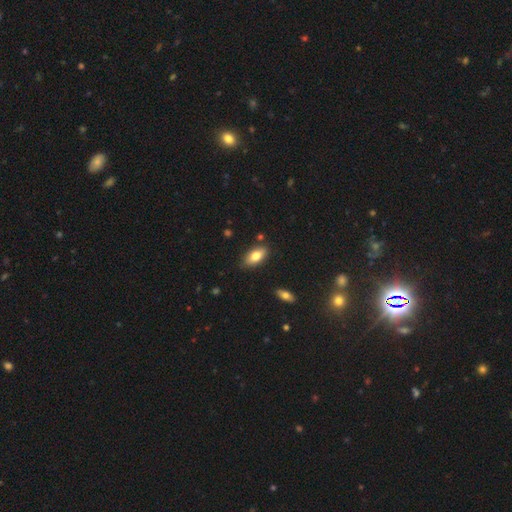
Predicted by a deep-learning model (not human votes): smooth 79%, featured or disk 14%, star or artifact 7%. Down the decision tree: how rounded — in between (89%); merging — none (83%).